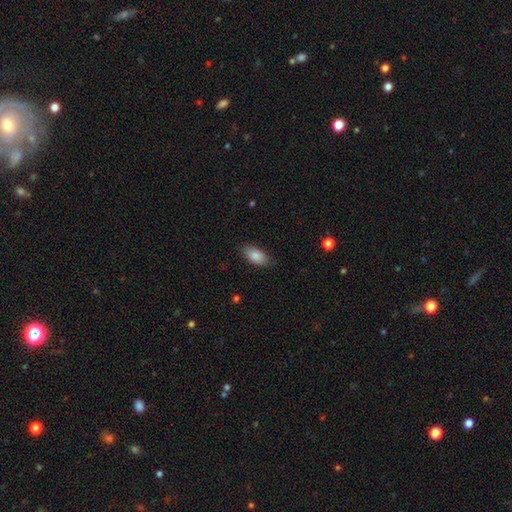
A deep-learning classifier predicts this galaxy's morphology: The model was most divided on "merging": none: 83%, minor disturbance: 13%, major disturbance: 3%, merger: 1%. More confident: how rounded — in between (91%); smooth or featured — smooth (85%).